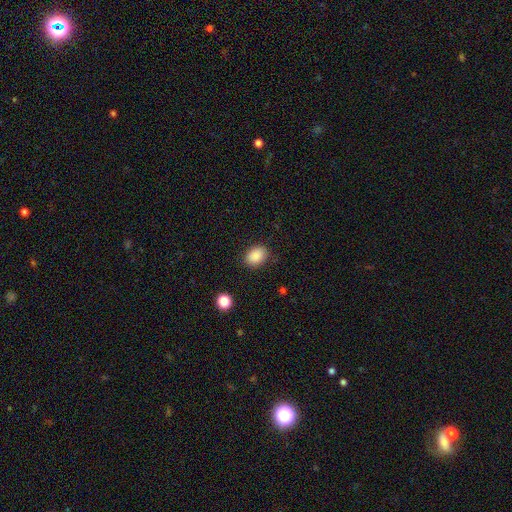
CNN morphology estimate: Smooth or featured? smooth (87%)
How rounded? in between (67%)
Merging? none (85%)